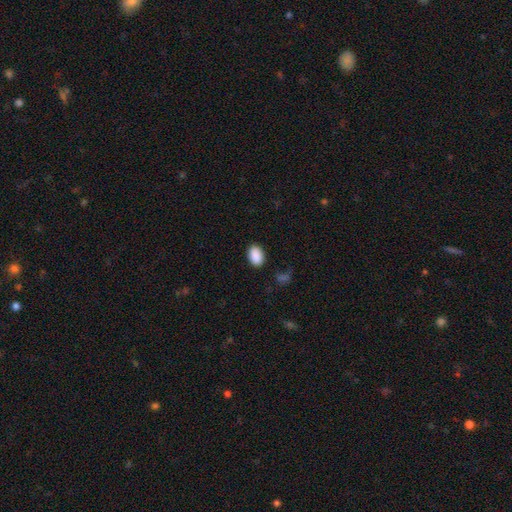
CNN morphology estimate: smooth 90%, star or artifact 7%, featured or disk 3%. Down the decision tree: how rounded — in between (87%); merging — none (87%).